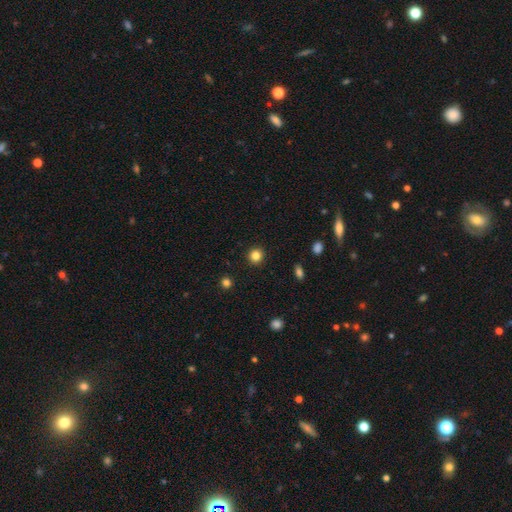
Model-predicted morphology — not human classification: smooth 83%, star or artifact 12%, featured or disk 5%. Down the decision tree: how rounded — round (93%); merging — none (92%).